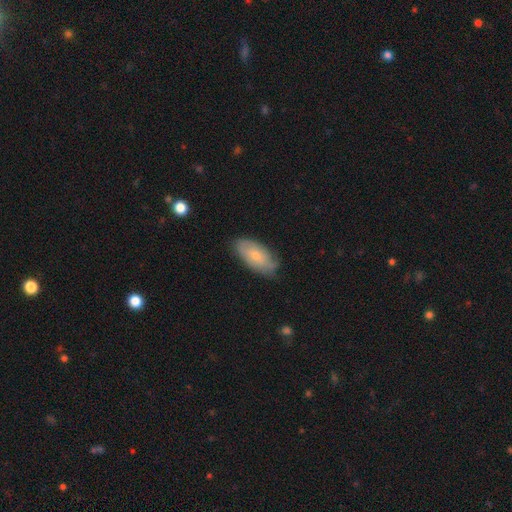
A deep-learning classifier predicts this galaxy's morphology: smooth 59%, featured or disk 35%, star or artifact 6%. Down the decision tree: how rounded — in between (90%); merging — none (75%).